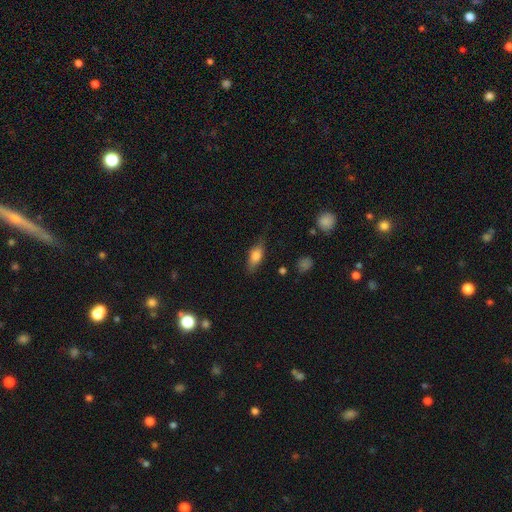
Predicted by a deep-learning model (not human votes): Smooth or featured?
  - smooth: 72% *
  - featured or disk: 21%
  - star or artifact: 7%
How rounded?
  - in between: 75% *
  - cigar-shaped: 21%
  - round: 4%
Merging?
  - none: 76% *
  - minor disturbance: 18%
  - major disturbance: 4%
  - merger: 1%